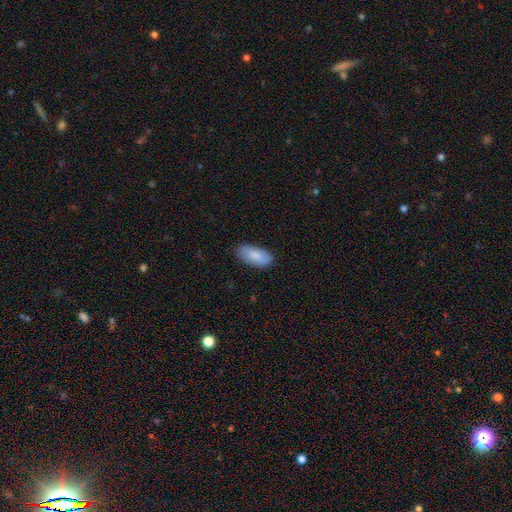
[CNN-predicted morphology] The model was most divided on "smooth or featured": smooth: 83%, featured or disk: 12%, star or artifact: 6%. More confident: how rounded — in between (92%); merging — none (85%).